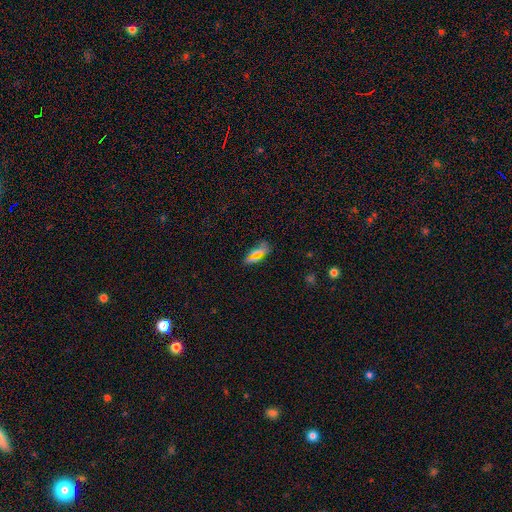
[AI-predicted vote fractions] smooth_or_featured: smooth (p=0.60) [alt: star or artifact p=0.24]
how_rounded: in between (p=0.75) [alt: cigar-shaped p=0.18]
merging: none (p=0.75) [alt: minor disturbance p=0.15]